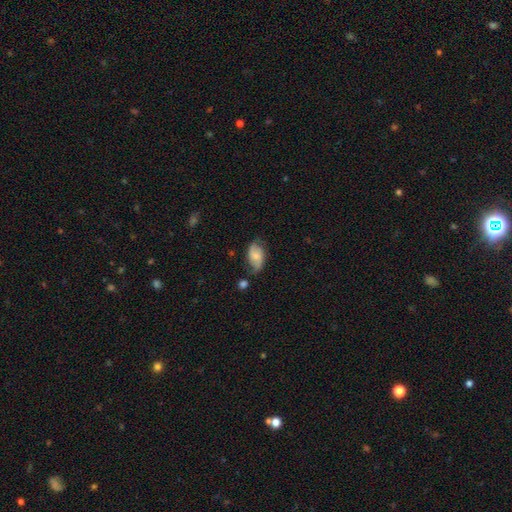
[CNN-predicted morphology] A smooth galaxy with no disk features (49%).

Vote fractions:
- Smooth or featured? smooth: 49% / featured or disk: 43% / star or artifact: 8%
- Merging? none: 55% / minor disturbance: 30% / major disturbance: 11% / merger: 5%